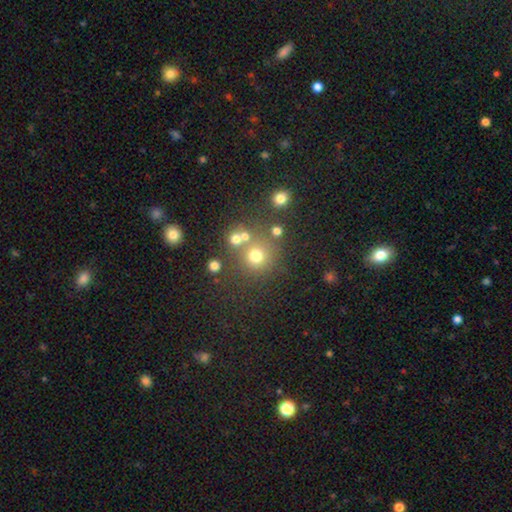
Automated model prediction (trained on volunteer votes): Smooth or featured? Predicted: smooth (p=0.70). How rounded? Predicted: round (p=0.90). Merging? Predicted: none (p=0.69).